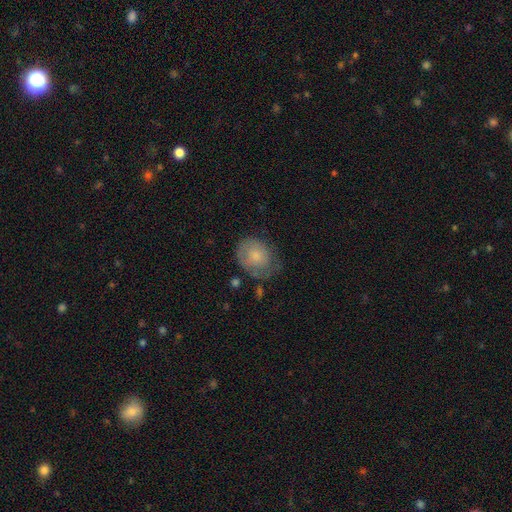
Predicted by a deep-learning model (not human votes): Q: Smooth or featured?
A: smooth (68%); runner-up: featured or disk (25%)
Q: How rounded?
A: round (53%); runner-up: in between (46%)
Q: Merging?
A: none (50%); runner-up: minor disturbance (32%)